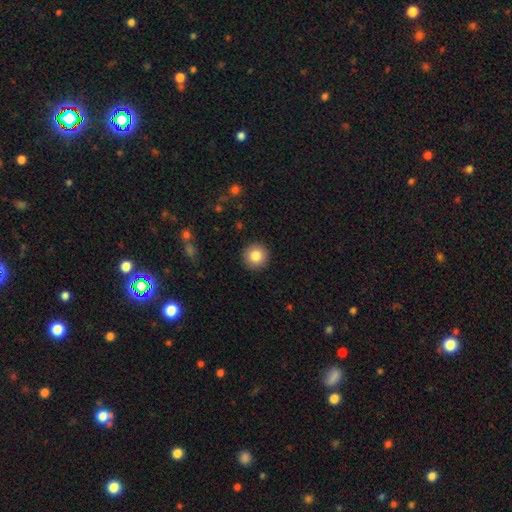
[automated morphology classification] Overall: smooth (84%). How rounded: round (95%). Merging: none (92%).